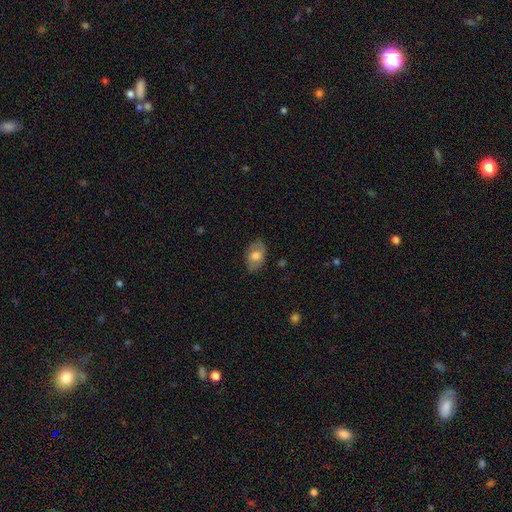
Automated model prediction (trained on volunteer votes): Q: Smooth or featured?
A: smooth (64%); runner-up: featured or disk (28%)
Q: How rounded?
A: in between (87%); runner-up: round (12%)
Q: Merging?
A: none (77%); runner-up: minor disturbance (17%)